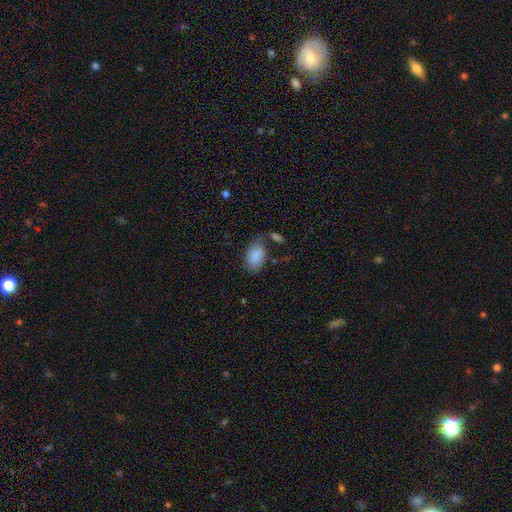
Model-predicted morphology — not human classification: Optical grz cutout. It shows a smooth galaxy with no disk features (85%) that is in between round and cigar-shaped (93%). Merging: none (56%).